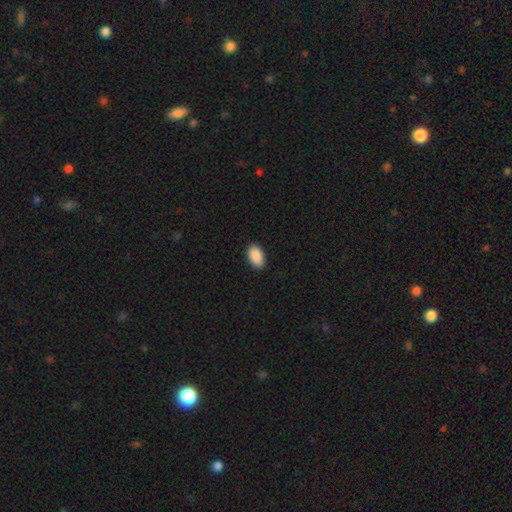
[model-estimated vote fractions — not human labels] Smooth or featured? Predicted: smooth (p=0.90). How rounded? Predicted: in between (p=0.93). Merging? Predicted: none (p=0.89).